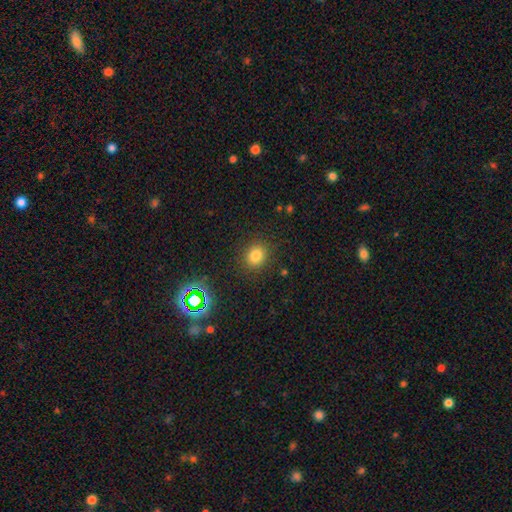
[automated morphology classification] A smooth galaxy with no disk features (78%) that is round (71%).

Vote fractions:
- Smooth or featured? smooth: 78% / star or artifact: 16% / featured or disk: 6%
- How rounded? round: 71% / in between: 28% / cigar-shaped: 1%
- Merging? none: 87% / minor disturbance: 8% / major disturbance: 3% / merger: 1%